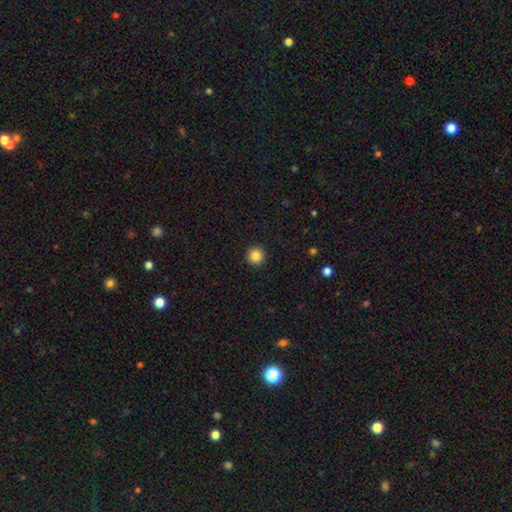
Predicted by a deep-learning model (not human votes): smooth-or-featured: smooth: 86% | star or artifact: 10% | featured or disk: 4%
  how-rounded: round: 96% | in between: 3% | cigar-shaped: 1%
  merging: none: 93% | minor disturbance: 4% | major disturbance: 2% | merger: 1%